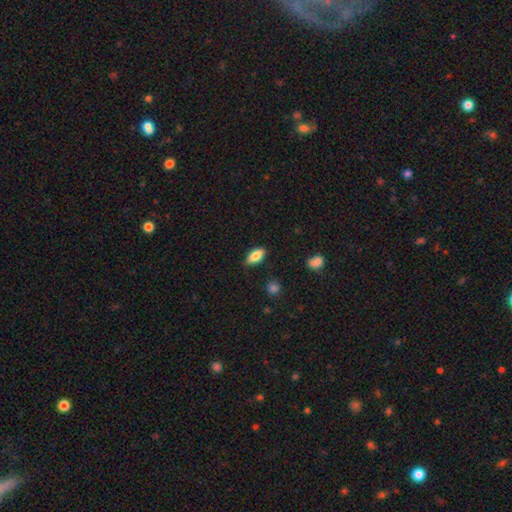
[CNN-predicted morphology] Smooth or featured? smooth (81%)
How rounded? in between (86%)
Merging? none (81%)